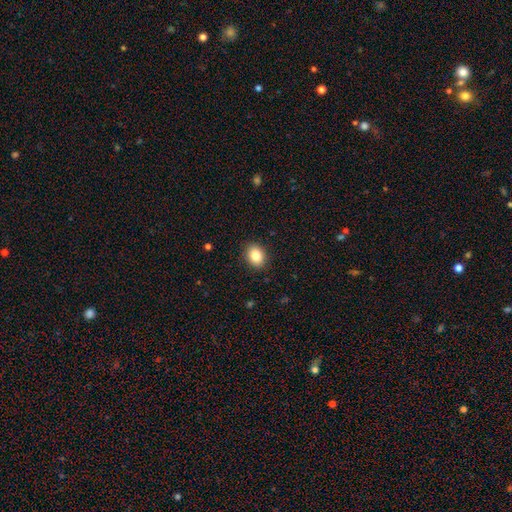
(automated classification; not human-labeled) smooth_or_featured: smooth (p=0.86) [alt: star or artifact p=0.08]
how_rounded: in between (p=0.63) [alt: round p=0.36]
merging: none (p=0.89) [alt: minor disturbance p=0.08]